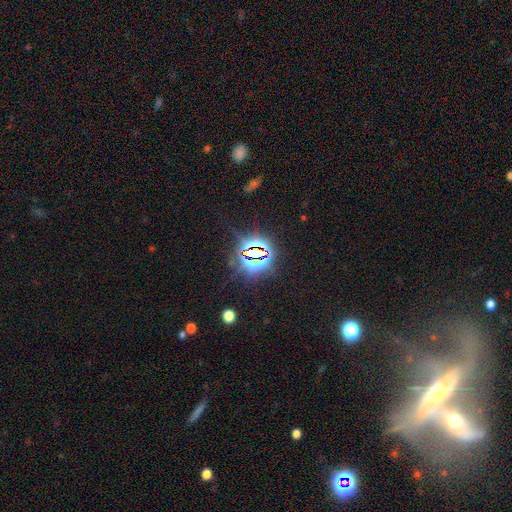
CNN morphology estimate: This appears to be a star or artifact, not a galaxy (81%).